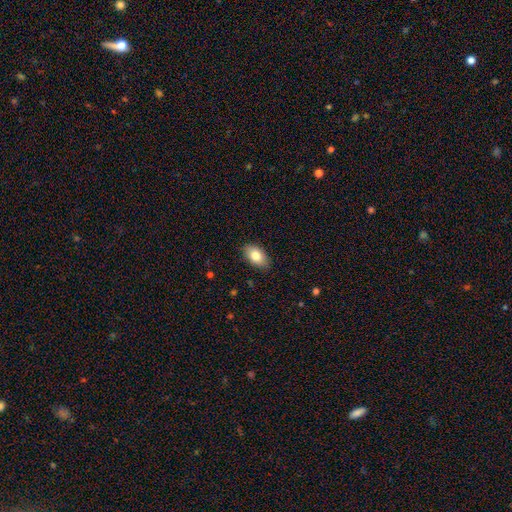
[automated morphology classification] smooth-or-featured: smooth: 82% | featured or disk: 11% | star or artifact: 7%
  how-rounded: in between: 92% | round: 6% | cigar-shaped: 2%
  merging: none: 86% | minor disturbance: 11% | major disturbance: 2% | merger: 1%